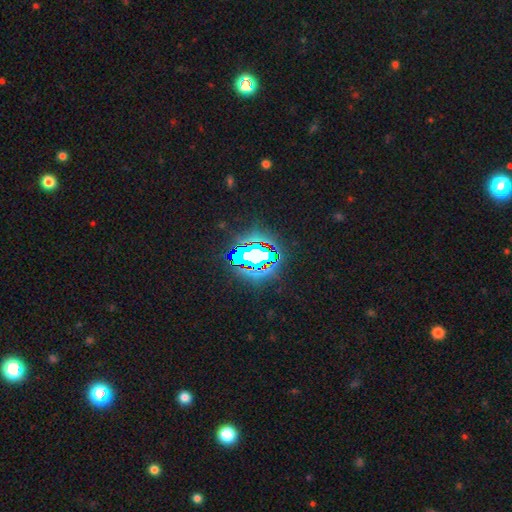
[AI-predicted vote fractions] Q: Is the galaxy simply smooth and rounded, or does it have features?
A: star or artifact — 71%.